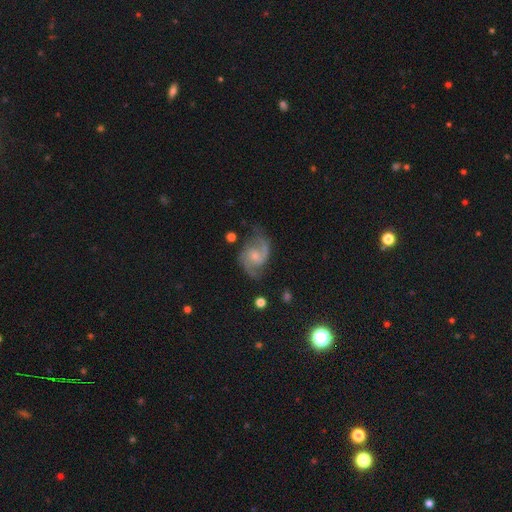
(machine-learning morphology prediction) smooth-or-featured: featured or disk: 88% | smooth: 7% | star or artifact: 5%
  disk-edge-on: no: 98% | yes: 2%
    bar: no: 55% | weak: 39% | strong: 6%
    has-spiral-arms: yes: 97% | no: 3%
      spiral-winding: medium: 57% | loose: 25% | tight: 18%
      spiral-arm-count: 2: 90% | can't tell: 3% | 3: 3% | 1: 2% | 4: 1% | more than 4: 1%
    bulge-size: small: 53% | moderate: 34% | none: 9% | large: 2% | dominant: 1%
  merging: none: 69% | minor disturbance: 20% | major disturbance: 8% | merger: 2%